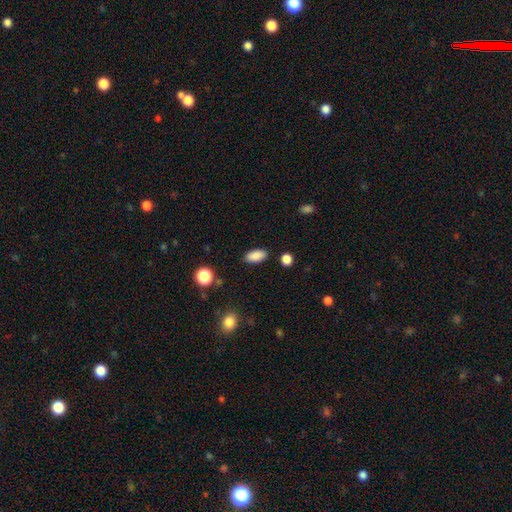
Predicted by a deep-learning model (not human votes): This is clearly a smooth galaxy (87%). How rounded: clearly in between (90%). Merging: clearly none (87%).